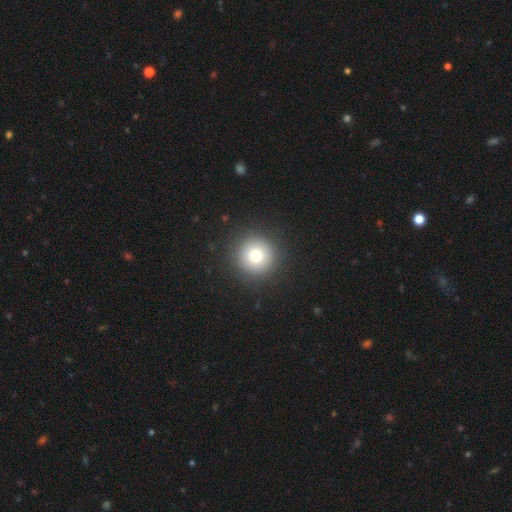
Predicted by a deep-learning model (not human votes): Smooth or featured? smooth (75%)
How rounded? round (96%)
Merging? none (91%)